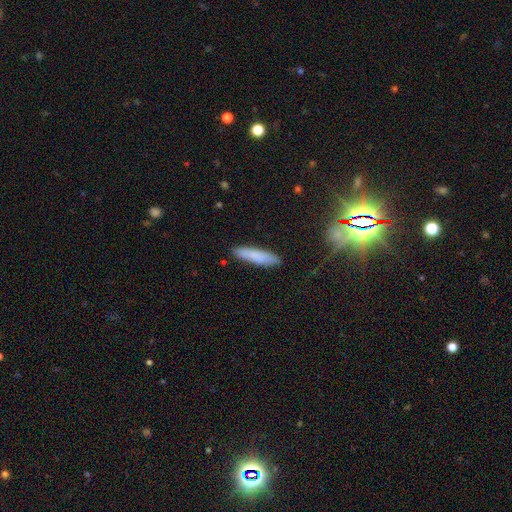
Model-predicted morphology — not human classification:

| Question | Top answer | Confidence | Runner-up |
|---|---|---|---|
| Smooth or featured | smooth | 81% | featured or disk (12%) |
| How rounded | cigar-shaped | 82% | in between (16%) |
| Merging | none | 88% | minor disturbance (9%) |